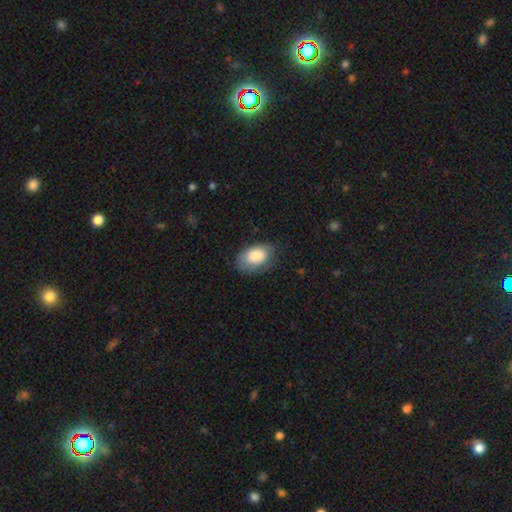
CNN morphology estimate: smooth-or-featured: smooth: 82% | featured or disk: 12% | star or artifact: 6%
  how-rounded: in between: 91% | round: 7% | cigar-shaped: 1%
  merging: none: 66% | minor disturbance: 25% | major disturbance: 7% | merger: 1%